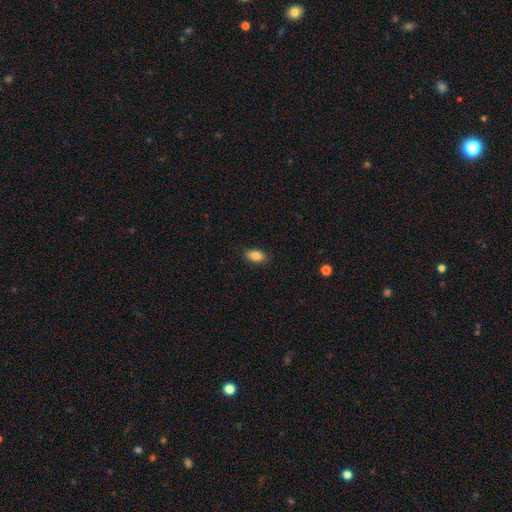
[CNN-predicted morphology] The model was most divided on "smooth or featured": smooth: 86%, star or artifact: 8%, featured or disk: 6%. More confident: how rounded — in between (91%); merging — none (89%).